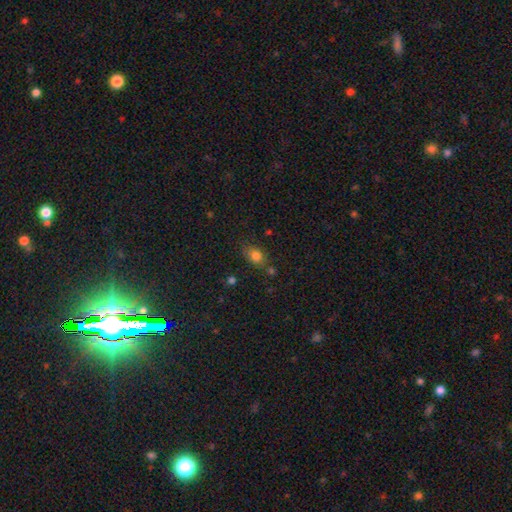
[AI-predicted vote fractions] This is likely a smooth galaxy (80%). How rounded: likely in between (68%). Merging: likely none (68%).